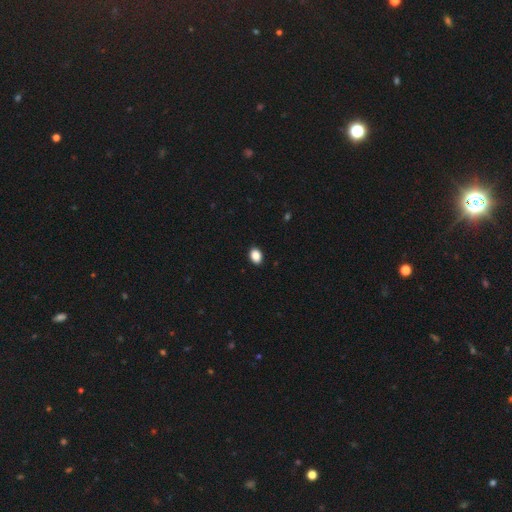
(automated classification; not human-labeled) Smooth or featured: smooth — 88% (star or artifact — 9%)
How rounded: in between — 77% (round — 22%)
Merging: none — 91% (minor disturbance — 6%)